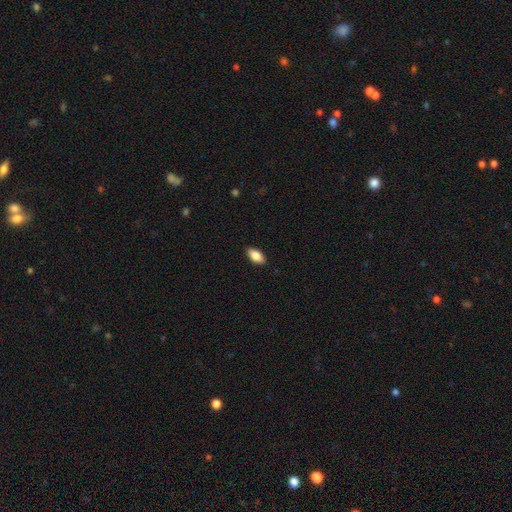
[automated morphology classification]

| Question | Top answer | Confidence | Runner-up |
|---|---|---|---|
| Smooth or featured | smooth | 87% | star or artifact (7%) |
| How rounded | in between | 92% | cigar-shaped (5%) |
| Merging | none | 89% | minor disturbance (8%) |